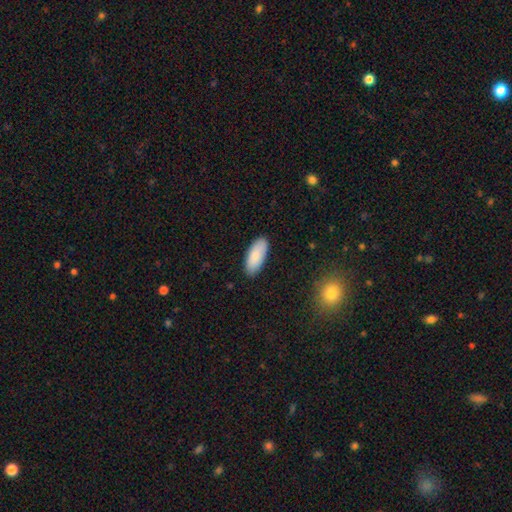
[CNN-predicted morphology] Q: Smooth or featured?
A: smooth (86%); runner-up: featured or disk (8%)
Q: How rounded?
A: in between (88%); runner-up: cigar-shaped (11%)
Q: Merging?
A: none (86%); runner-up: minor disturbance (10%)